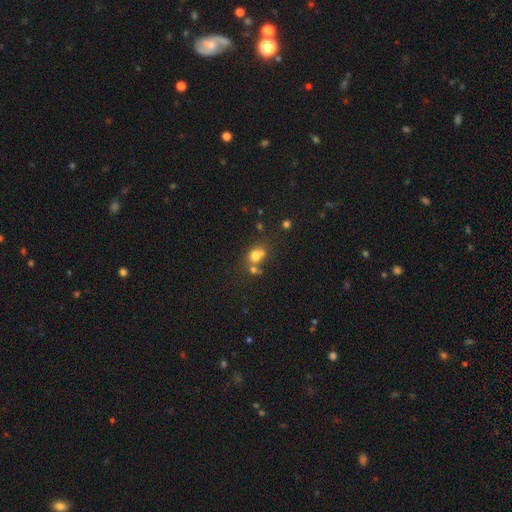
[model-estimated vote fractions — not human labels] Overall: smooth (71%). How rounded: round (69%; in between 30%). Merging: none (42%, tied with merger).